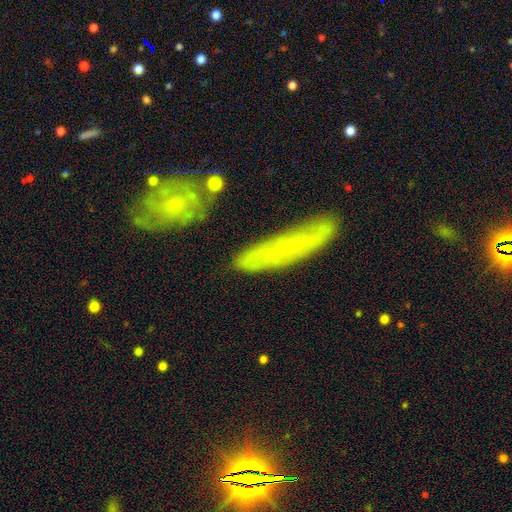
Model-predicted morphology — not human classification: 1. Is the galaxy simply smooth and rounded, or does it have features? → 48% featured or disk, 42% smooth, 9% star or artifact.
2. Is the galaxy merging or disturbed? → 75% none, 16% minor disturbance, 5% major disturbance, 4% merger.